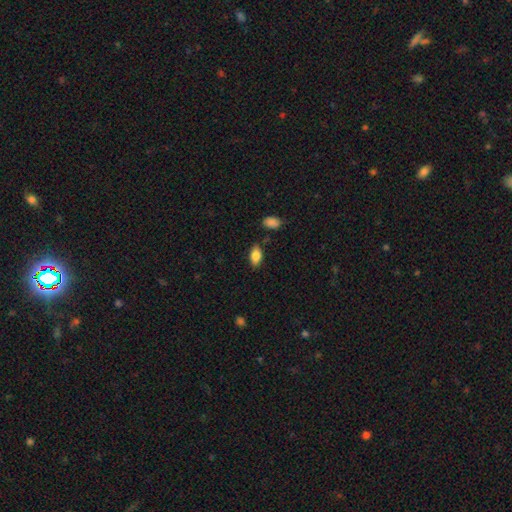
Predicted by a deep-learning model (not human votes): Smooth or featured: smooth — 82% (featured or disk — 11%)
How rounded: in between — 91% (cigar-shaped — 5%)
Merging: none — 83% (minor disturbance — 12%)